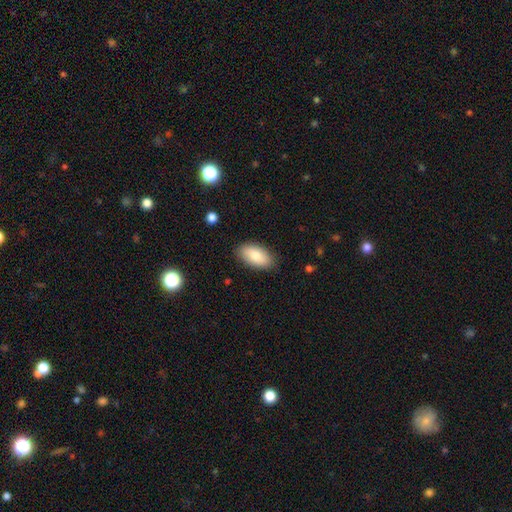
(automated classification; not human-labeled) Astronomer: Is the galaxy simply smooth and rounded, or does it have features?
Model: smooth — 81%.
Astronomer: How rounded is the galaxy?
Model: in between — 94%.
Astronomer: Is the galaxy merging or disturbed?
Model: none — 86%.